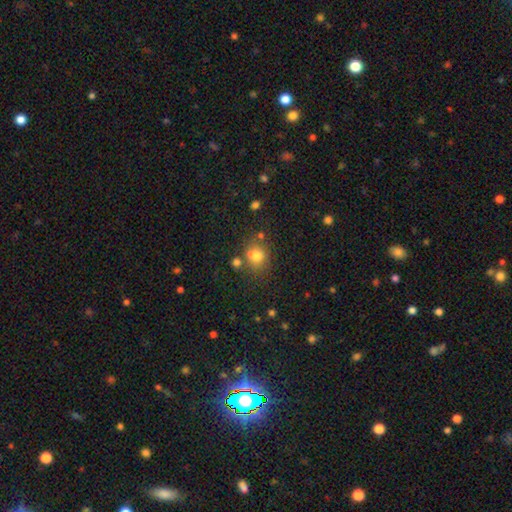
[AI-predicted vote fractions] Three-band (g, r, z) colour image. It shows a smooth galaxy with no disk features (71%) that is round (63%). Merging: none (55%).